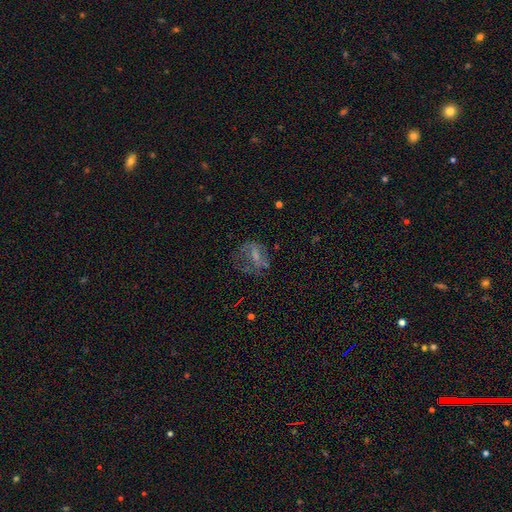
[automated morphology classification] featured or disk 49%, smooth 34%, star or artifact 17%. Down the decision tree: merging — none (40%).